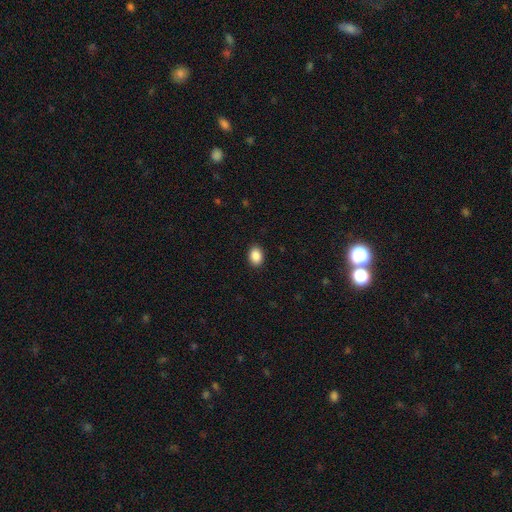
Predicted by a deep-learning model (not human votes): smooth-or-featured: smooth: 89% | star or artifact: 8% | featured or disk: 3%
  how-rounded: in between: 75% | round: 24% | cigar-shaped: 1%
  merging: none: 90% | minor disturbance: 7% | major disturbance: 2% | merger: 1%